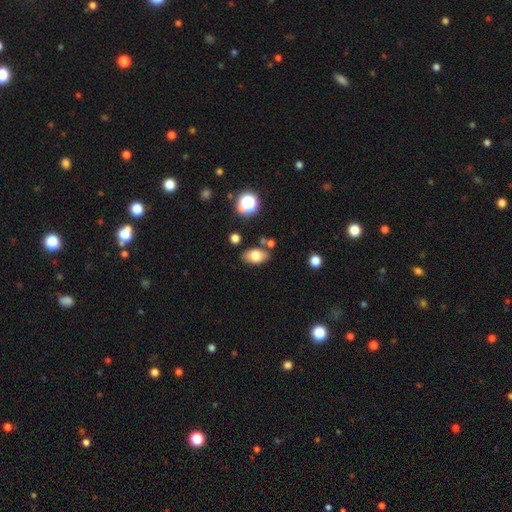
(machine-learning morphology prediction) Smooth or featured? smooth (75%)
How rounded? in between (88%)
Merging? none (74%)